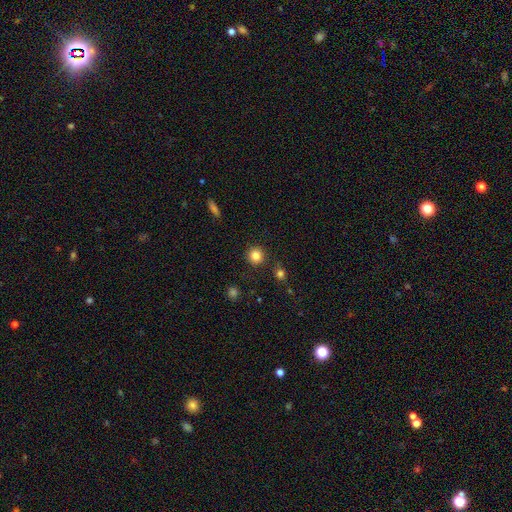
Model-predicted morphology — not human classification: smooth 84%, star or artifact 11%, featured or disk 6%. Down the decision tree: how rounded — round (94%); merging — none (88%).